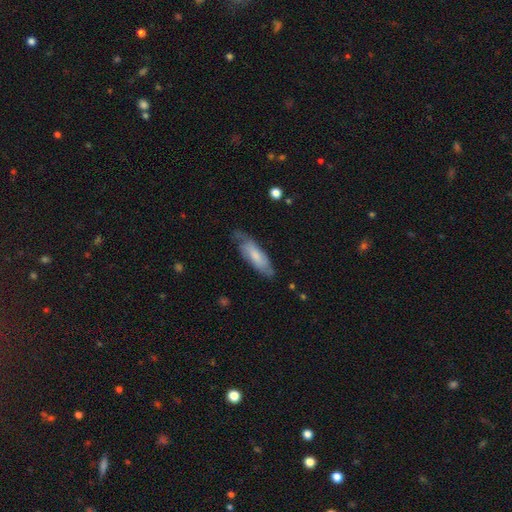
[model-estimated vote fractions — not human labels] Smooth or featured: smooth — 58% (featured or disk — 36%)
How rounded: in between — 55% (cigar-shaped — 44%)
Merging: none — 60% (minor disturbance — 29%)